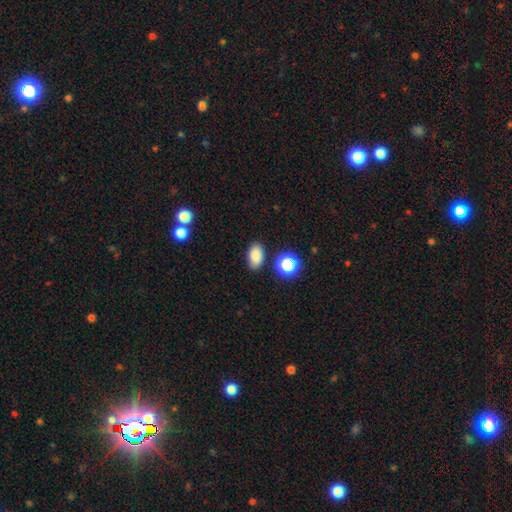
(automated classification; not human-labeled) This appears to be a smooth galaxy with no disk features (83%) that is in between round and cigar-shaped (88%). Merging: none (83%).